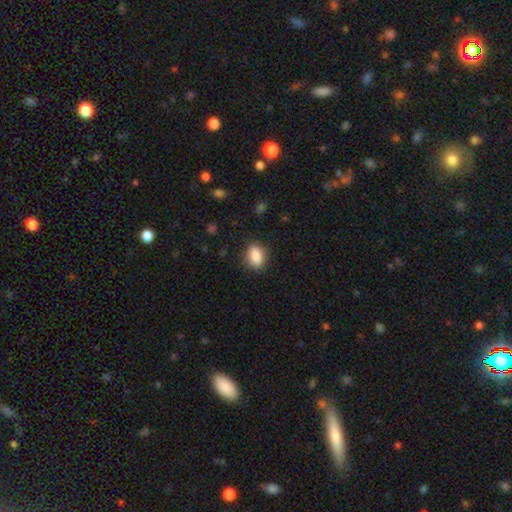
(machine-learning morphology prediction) A smooth galaxy with no disk features (87%) that is in between round and cigar-shaped (83%).

Vote fractions:
- Smooth or featured? smooth: 87% / star or artifact: 8% / featured or disk: 5%
- How rounded? in between: 83% / round: 14% / cigar-shaped: 3%
- Merging? none: 83% / minor disturbance: 13% / major disturbance: 3% / merger: 1%